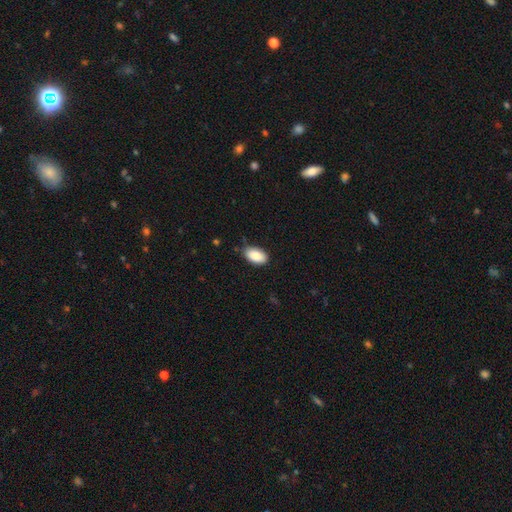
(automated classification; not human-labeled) smooth 88%, star or artifact 7%, featured or disk 5%. Down the decision tree: how rounded — in between (95%); merging — none (79%).